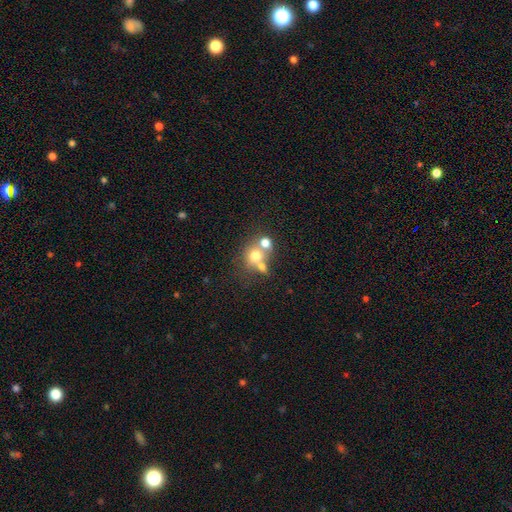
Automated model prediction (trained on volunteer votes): smooth_or_featured: smooth (p=0.66) [alt: featured or disk p=0.19]
how_rounded: round (p=0.75) [alt: in between p=0.24]
merging: merger (p=0.48) [alt: none p=0.39]